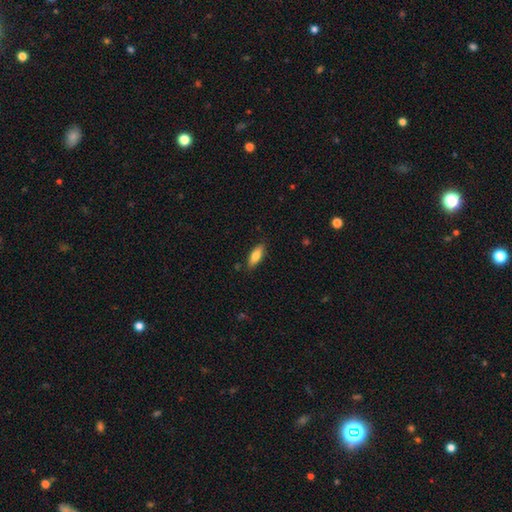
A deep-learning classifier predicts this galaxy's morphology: Smooth or featured? Predicted: smooth (p=0.76). How rounded? Predicted: in between (p=0.70). Merging? Predicted: none (p=0.85).